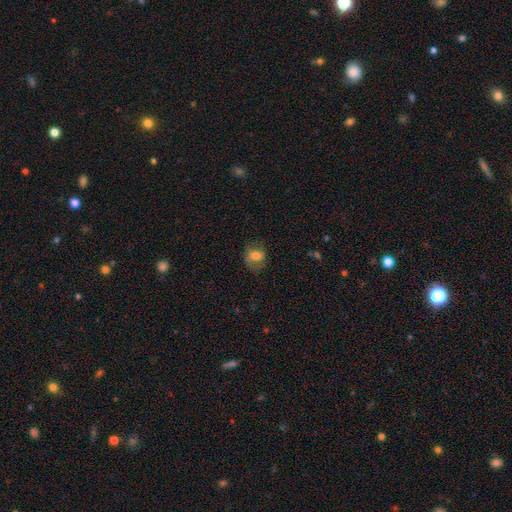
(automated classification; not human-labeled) Overall: smooth (70%). How rounded: round (54%; in between 44%). Merging: none (71%).